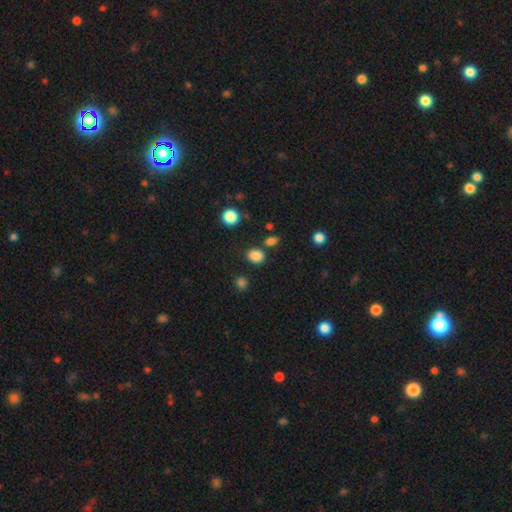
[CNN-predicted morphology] type=smooth (84%); roundness=in between (51%); merging=none (78%).